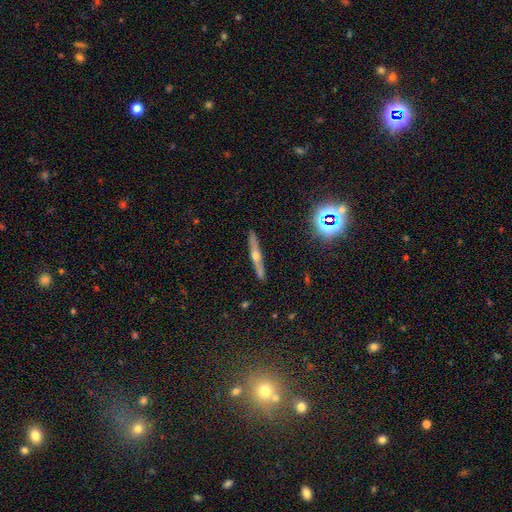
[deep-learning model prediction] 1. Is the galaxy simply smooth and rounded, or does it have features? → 66% featured or disk, 21% smooth, 13% star or artifact.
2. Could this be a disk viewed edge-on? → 96% yes, 4% no.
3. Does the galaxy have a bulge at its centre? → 92% rounded, 5% none, 3% boxy.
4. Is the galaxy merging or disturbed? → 90% none, 7% minor disturbance, 2% major disturbance, 1% merger.